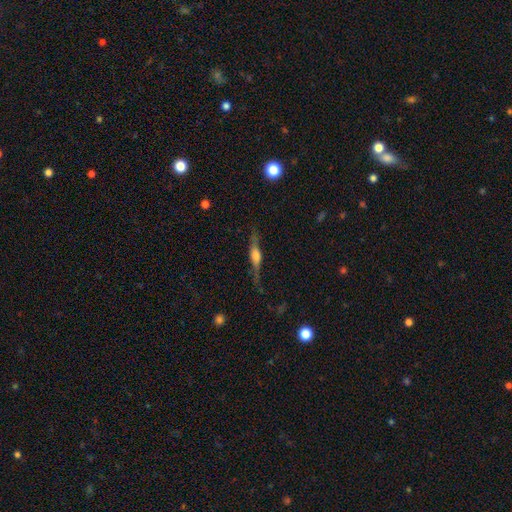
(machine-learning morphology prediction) smooth-or-featured: featured or disk: 68% | smooth: 25% | star or artifact: 7%
  disk-edge-on: yes: 95% | no: 5%
    edge-on-bulge: rounded: 75% | boxy: 21% | none: 4%
  merging: none: 77% | minor disturbance: 16% | major disturbance: 5% | merger: 2%